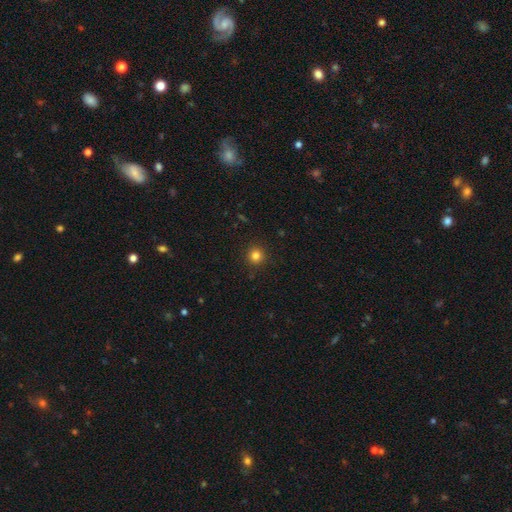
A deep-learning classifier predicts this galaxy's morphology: Overall: smooth (82%). How rounded: round (95%). Merging: none (92%).